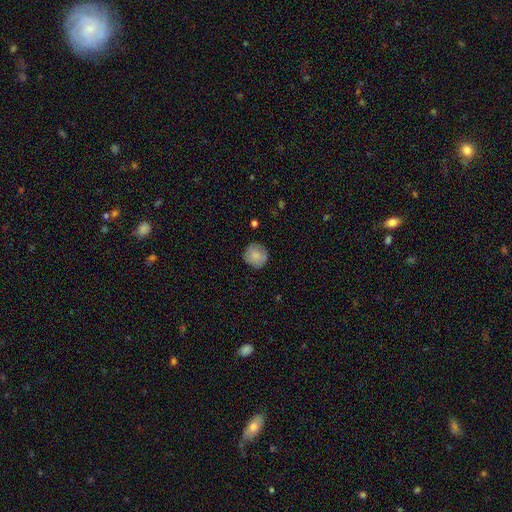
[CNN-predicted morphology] smooth 84%, featured or disk 9%, star or artifact 7%. Down the decision tree: how rounded — round (90%); merging — none (84%).